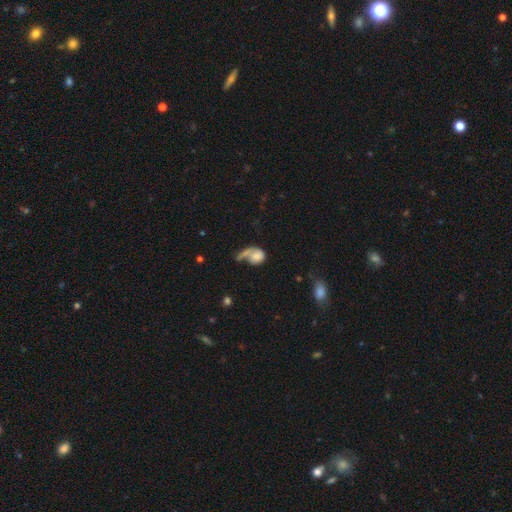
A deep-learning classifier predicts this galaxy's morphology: The model was most divided on "merging": major disturbance: 30%, merger: 29%, none: 27%, minor disturbance: 14%. More confident: smooth or featured — smooth (64%); how rounded — round (50%).